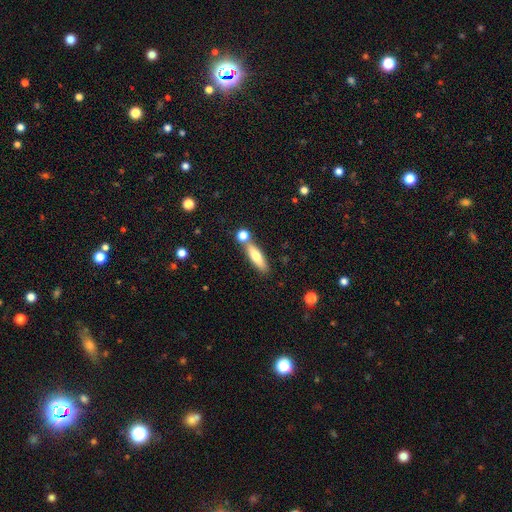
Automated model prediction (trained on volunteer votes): Q: Smooth or featured?
A: smooth (72%); runner-up: featured or disk (21%)
Q: How rounded?
A: cigar-shaped (65%); runner-up: in between (32%)
Q: Merging?
A: none (67%); runner-up: merger (18%)